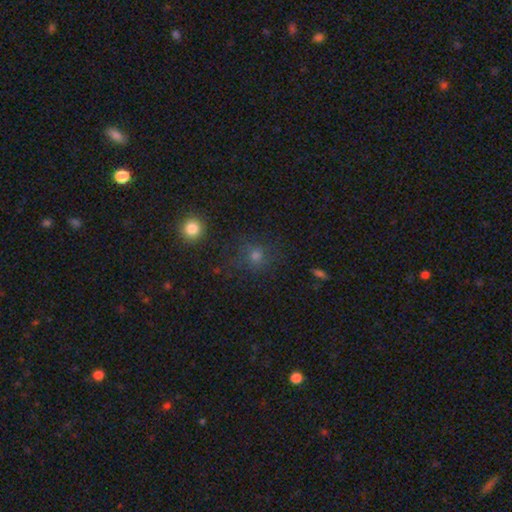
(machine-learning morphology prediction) The model was most divided on "smooth or featured": smooth: 62%, star or artifact: 28%, featured or disk: 10%. More confident: how rounded — round (88%); merging — none (78%).